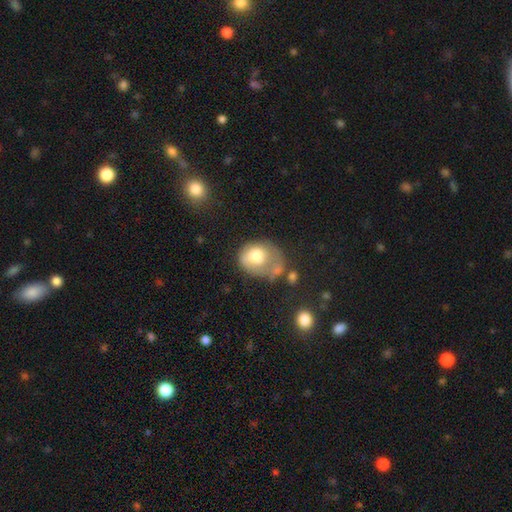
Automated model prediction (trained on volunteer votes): smooth_or_featured: smooth (p=0.66) [alt: featured or disk p=0.26]
how_rounded: round (p=0.54) [alt: in between p=0.46]
merging: major disturbance (p=0.32) [alt: none p=0.25]